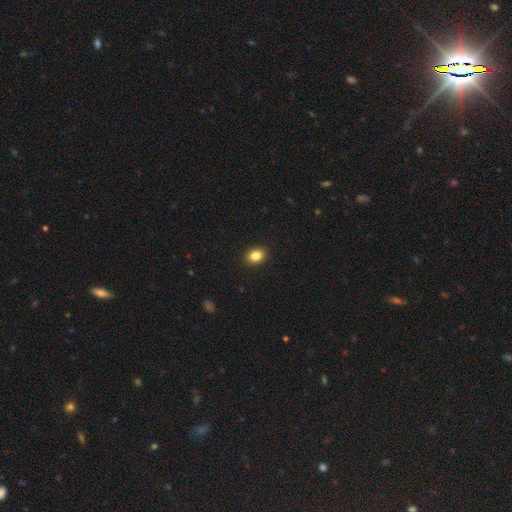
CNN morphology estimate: smooth_or_featured: smooth (p=0.85) [alt: star or artifact p=0.09]
how_rounded: in between (p=0.67) [alt: round p=0.32]
merging: none (p=0.91) [alt: minor disturbance p=0.06]